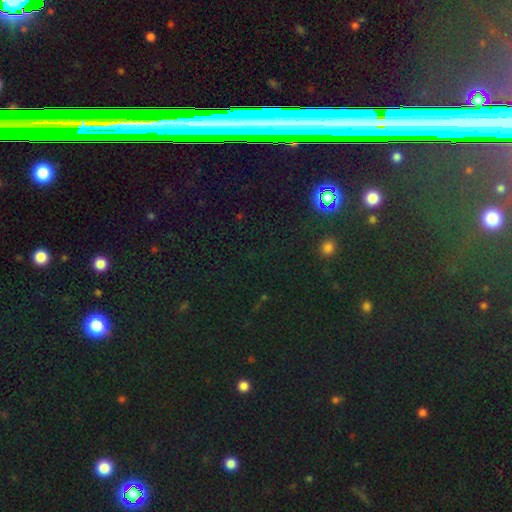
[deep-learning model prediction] A star or artifact, not a galaxy (75%).